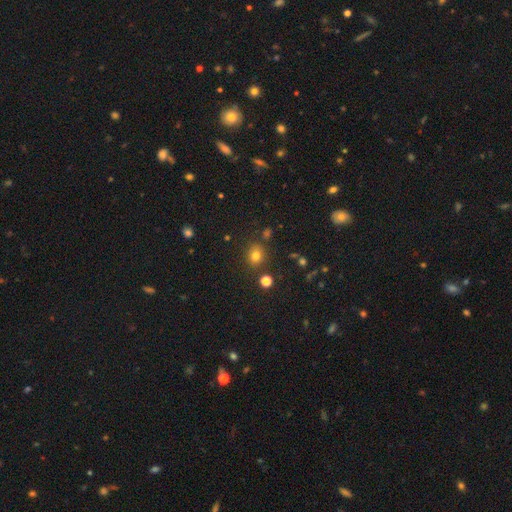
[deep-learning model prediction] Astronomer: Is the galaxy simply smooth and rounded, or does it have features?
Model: smooth — 76%.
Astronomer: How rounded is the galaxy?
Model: round — 73%.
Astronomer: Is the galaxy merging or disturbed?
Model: none — 82%.